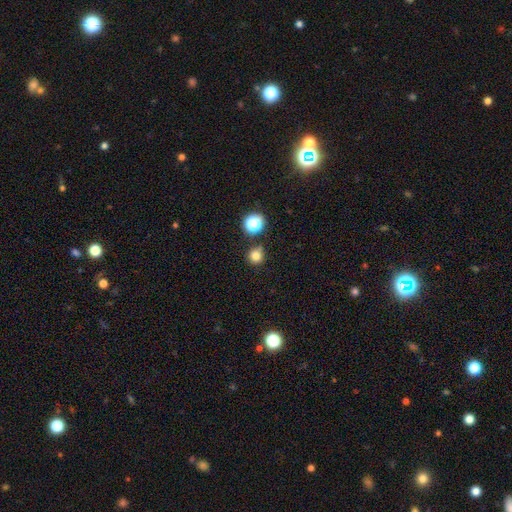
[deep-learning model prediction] smooth-or-featured: smooth: 78% | star or artifact: 16% | featured or disk: 6%
  how-rounded: round: 92% | in between: 7% | cigar-shaped: 1%
  merging: none: 80% | minor disturbance: 10% | merger: 7% | major disturbance: 3%